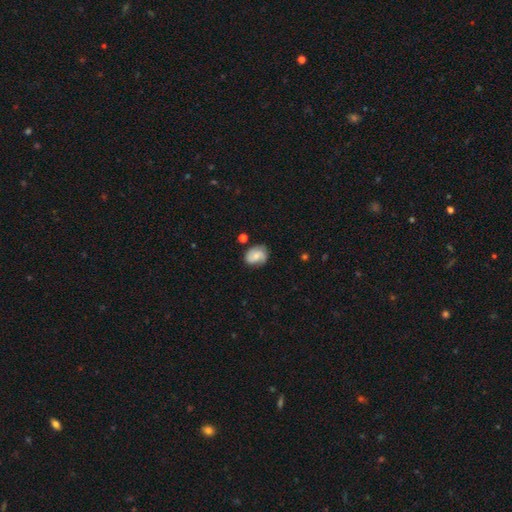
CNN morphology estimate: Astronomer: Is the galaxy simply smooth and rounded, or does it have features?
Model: smooth — 51% (runner-up: featured or disk, 41%).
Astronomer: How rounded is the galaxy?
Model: in between — 61% (runner-up: round, 38%).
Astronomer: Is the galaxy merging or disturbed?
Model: none — 67%.